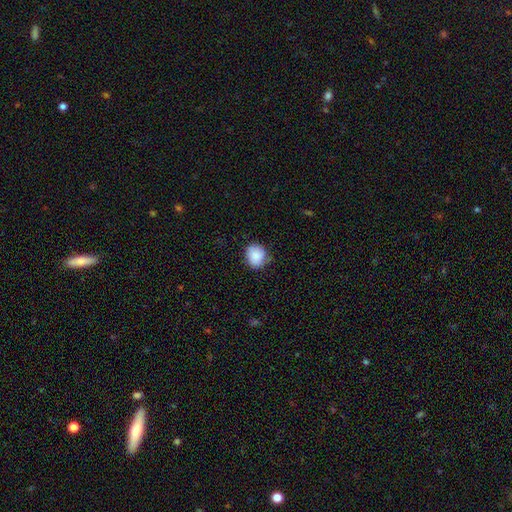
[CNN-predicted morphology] This is clearly a smooth galaxy (85%). How rounded: likely round (72%). Merging: likely none (69%).